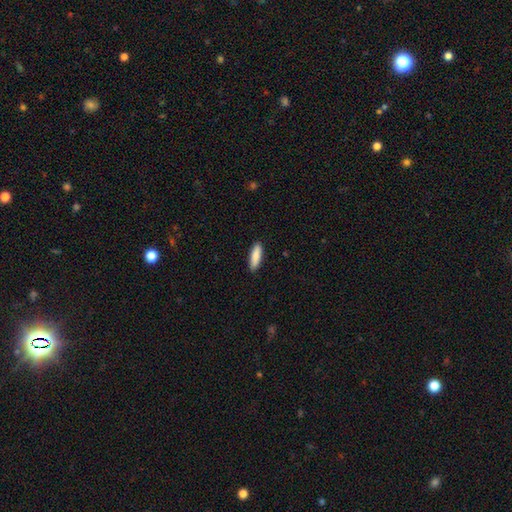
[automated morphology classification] This is clearly a smooth galaxy (87%). How rounded: possibly cigar-shaped (57%). Merging: clearly none (90%).